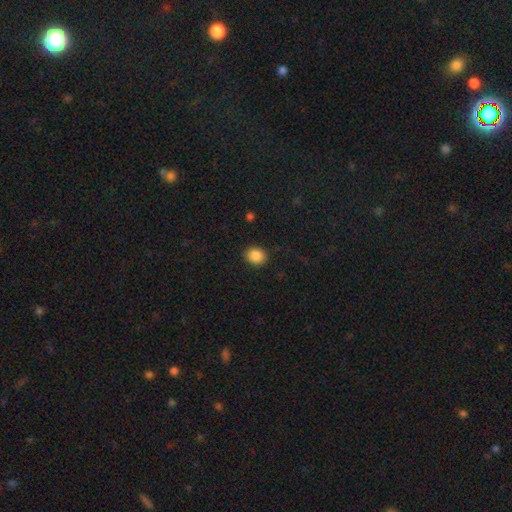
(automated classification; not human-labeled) Smooth or featured: smooth — 87% (star or artifact — 9%)
How rounded: round — 70% (in between — 29%)
Merging: none — 91% (minor disturbance — 6%)